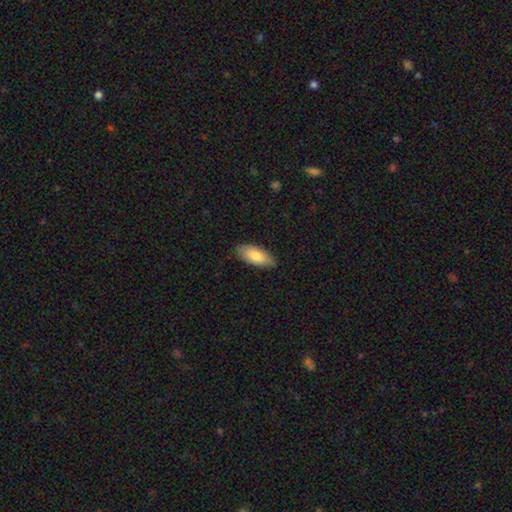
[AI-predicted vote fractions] Smooth or featured: smooth — 79% (featured or disk — 15%)
How rounded: in between — 87% (cigar-shaped — 11%)
Merging: none — 82% (minor disturbance — 14%)